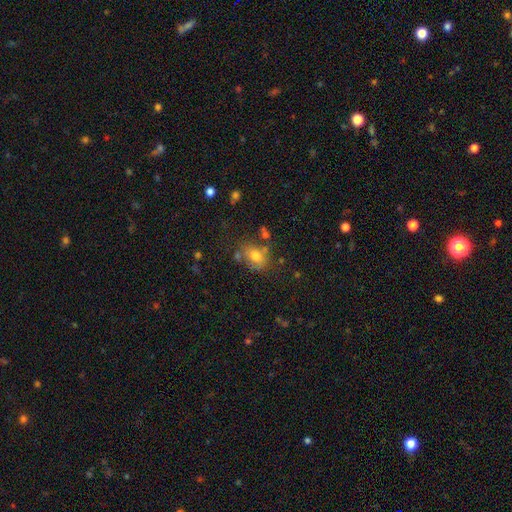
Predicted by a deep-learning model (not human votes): Smooth or featured? Predicted: smooth (p=0.72). How rounded? Predicted: in between (p=0.68). Merging? Predicted: none (p=0.63).